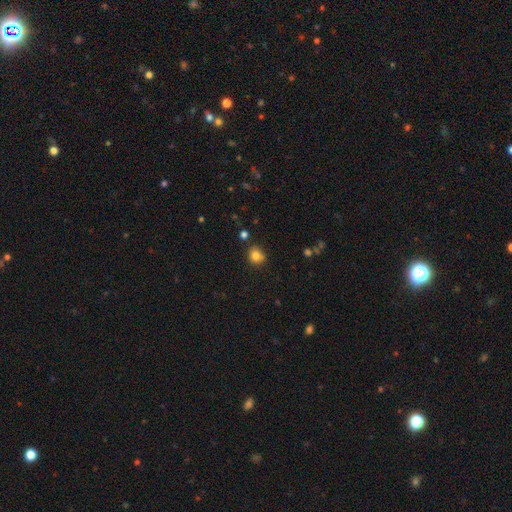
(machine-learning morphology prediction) Q: Smooth or featured?
A: smooth (81%); runner-up: star or artifact (12%)
Q: How rounded?
A: round (81%); runner-up: in between (18%)
Q: Merging?
A: none (71%); runner-up: minor disturbance (16%)